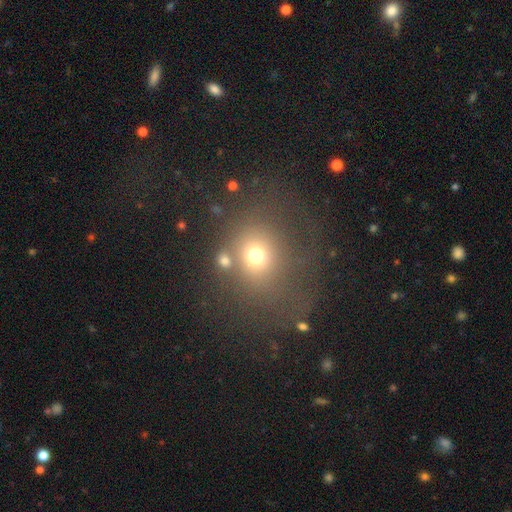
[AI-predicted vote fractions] This appears to be a smooth galaxy with no disk features (67%) that is round (79%). Merging: none (58%).